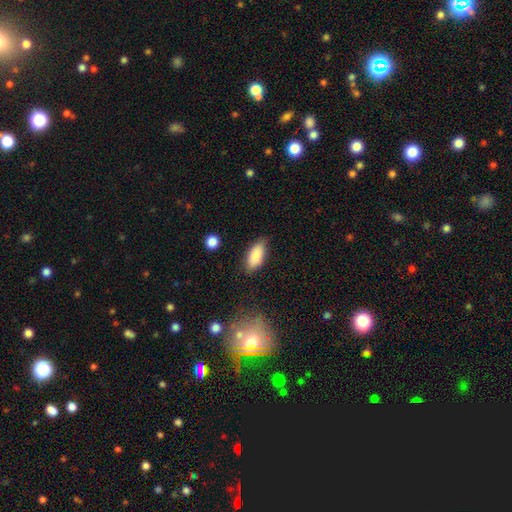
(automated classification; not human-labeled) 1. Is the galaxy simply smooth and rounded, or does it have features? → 86% smooth, 7% featured or disk, 7% star or artifact.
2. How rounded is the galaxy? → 84% in between, 14% cigar-shaped, 2% round.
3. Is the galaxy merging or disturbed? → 81% none, 15% minor disturbance, 3% major disturbance, 2% merger.